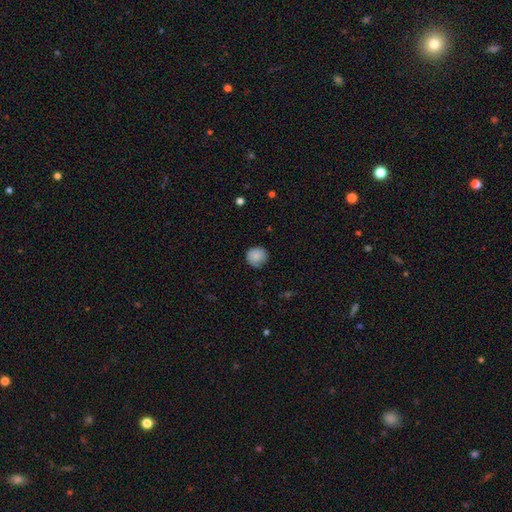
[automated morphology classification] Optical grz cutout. It shows a smooth galaxy with no disk features (84%) that is round (90%). Merging: none (79%).